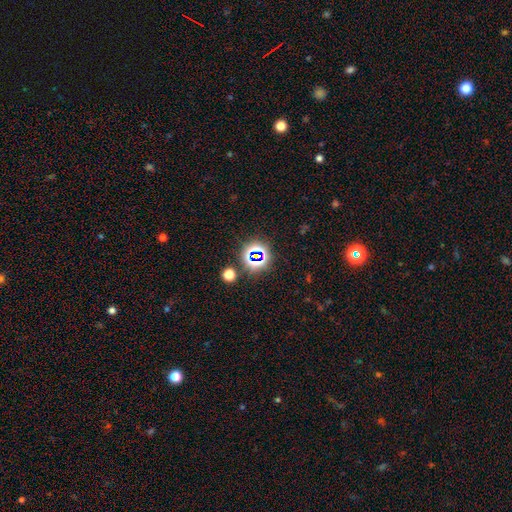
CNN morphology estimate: smooth-or-featured: star or artifact: 69% | smooth: 22% | featured or disk: 9%